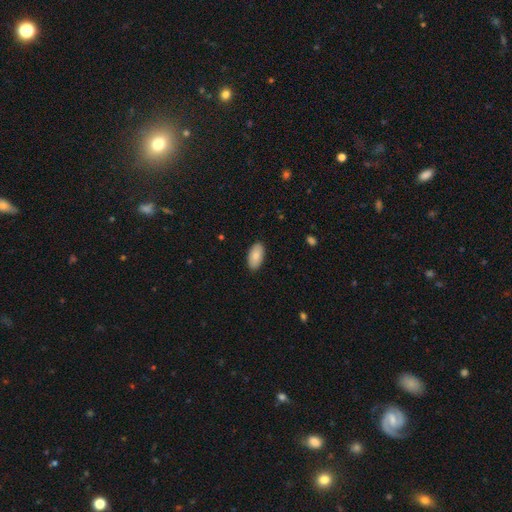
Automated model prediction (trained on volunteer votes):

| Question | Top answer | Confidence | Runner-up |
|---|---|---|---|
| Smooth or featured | smooth | 87% | featured or disk (7%) |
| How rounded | in between | 95% | cigar-shaped (3%) |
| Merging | none | 89% | minor disturbance (8%) |